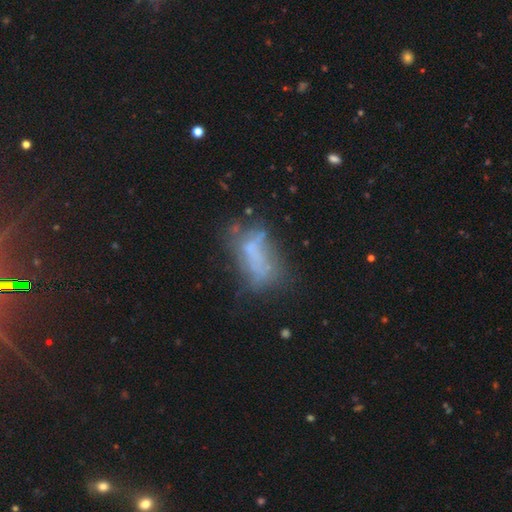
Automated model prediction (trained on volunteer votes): Smooth or featured? Predicted: featured or disk (p=0.43). Merging? Predicted: none (p=0.34).